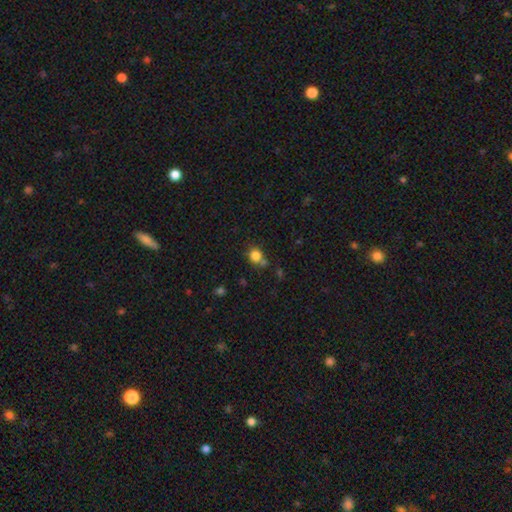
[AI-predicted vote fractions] Overall: smooth (81%). How rounded: round (80%). Merging: none (61%).